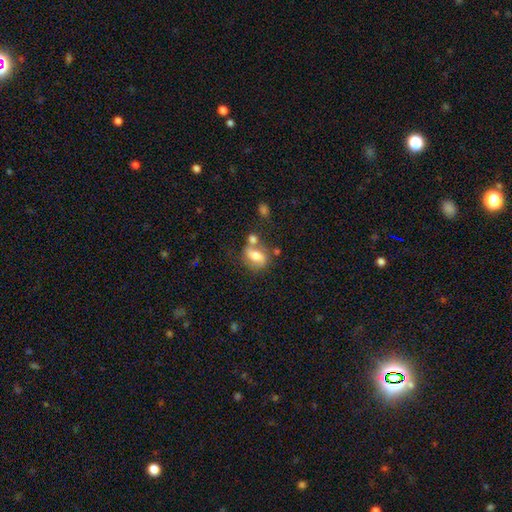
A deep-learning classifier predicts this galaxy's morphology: Smooth or featured: smooth — 48% (featured or disk — 43%)
Merging: none — 44% (merger — 28%)